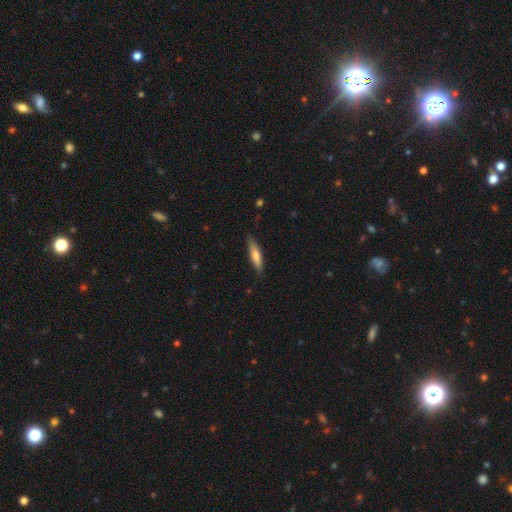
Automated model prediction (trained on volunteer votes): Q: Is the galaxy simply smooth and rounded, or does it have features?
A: smooth — 68%.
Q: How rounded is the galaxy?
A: cigar-shaped — 78%.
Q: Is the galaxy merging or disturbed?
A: none — 84%.